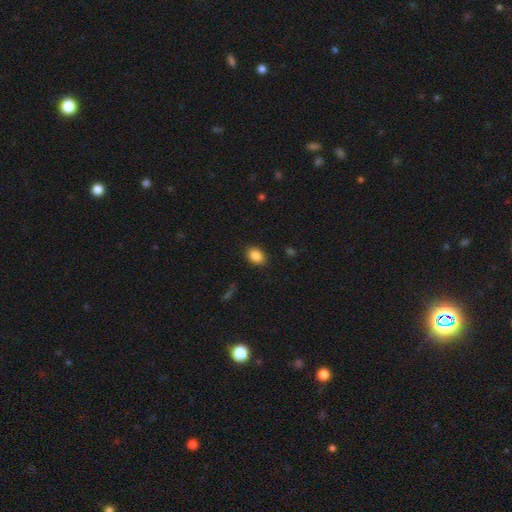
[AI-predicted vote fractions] smooth 86%, star or artifact 9%, featured or disk 5%. Down the decision tree: how rounded — in between (73%); merging — none (88%).